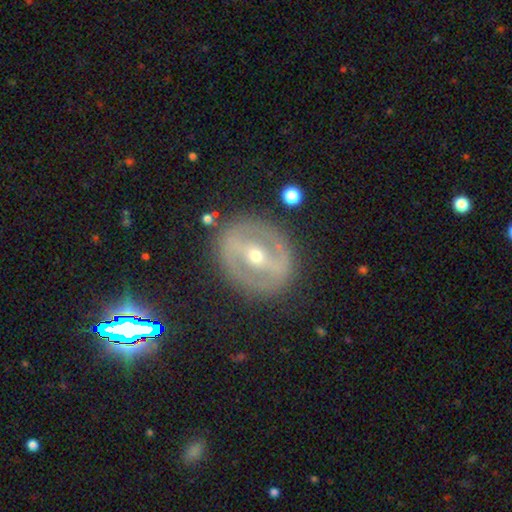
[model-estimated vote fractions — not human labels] smooth-or-featured: featured or disk: 78% | smooth: 14% | star or artifact: 8%
  disk-edge-on: no: 93% | yes: 7%
    bar: strong: 65% | weak: 23% | no: 12%
    has-spiral-arms: no: 57% | yes: 43%
    bulge-size: small: 50% | moderate: 47% | large: 1% | none: 1% | dominant: 1%
  merging: none: 83% | minor disturbance: 11% | major disturbance: 5% | merger: 1%